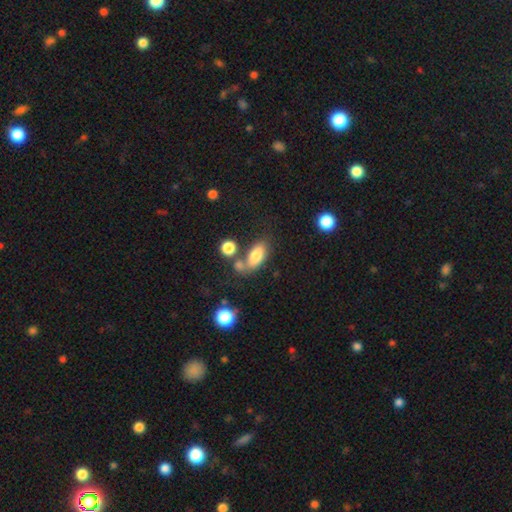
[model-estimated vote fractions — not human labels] Q: Smooth or featured?
A: smooth (78%); runner-up: featured or disk (13%)
Q: How rounded?
A: in between (84%); runner-up: cigar-shaped (9%)
Q: Merging?
A: none (52%); runner-up: merger (26%)